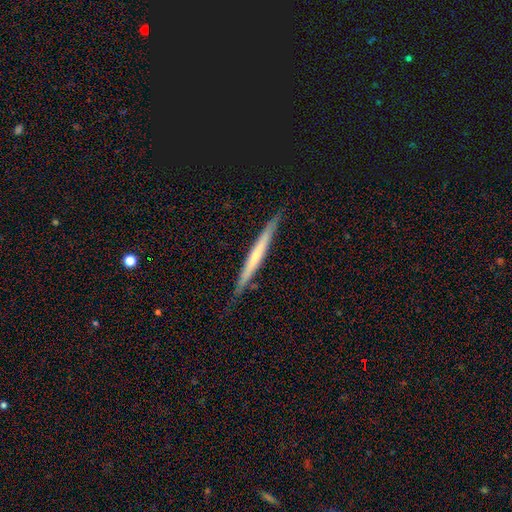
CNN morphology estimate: featured or disk 64%, smooth 27%, star or artifact 9%. Down the decision tree: edge-on disk — yes (97%); edge-on bulge — none (51%); merging — none (88%).